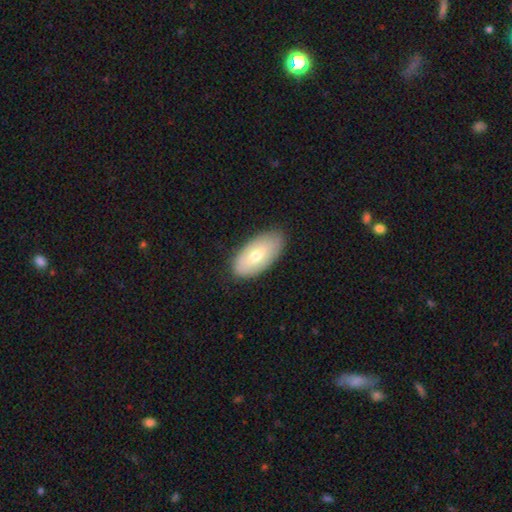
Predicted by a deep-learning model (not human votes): Q: Smooth or featured?
A: smooth (59%); runner-up: featured or disk (35%)
Q: How rounded?
A: in between (93%); runner-up: cigar-shaped (4%)
Q: Merging?
A: none (84%); runner-up: minor disturbance (12%)